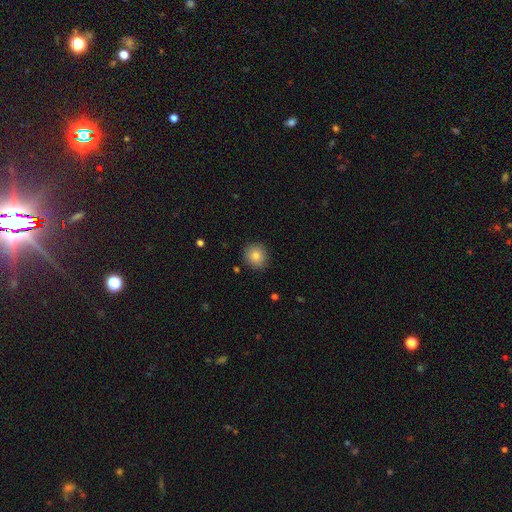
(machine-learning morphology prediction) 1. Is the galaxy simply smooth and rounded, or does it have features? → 82% smooth, 10% star or artifact, 8% featured or disk.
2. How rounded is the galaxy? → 91% round, 8% in between, 1% cigar-shaped.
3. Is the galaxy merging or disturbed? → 89% none, 8% minor disturbance, 2% major disturbance, 1% merger.